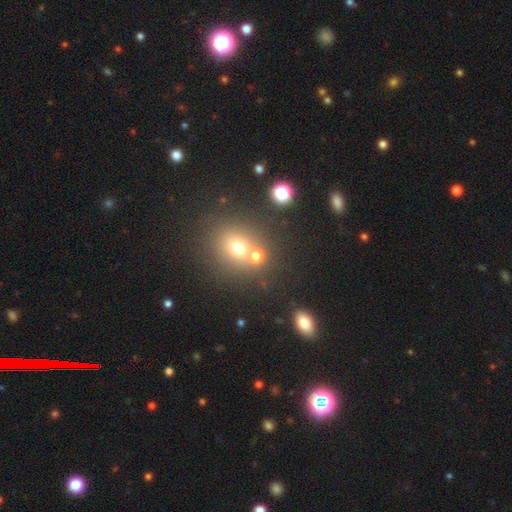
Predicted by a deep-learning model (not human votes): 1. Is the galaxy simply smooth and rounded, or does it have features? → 67% smooth, 20% star or artifact, 12% featured or disk.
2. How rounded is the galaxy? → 78% round, 21% in between, 1% cigar-shaped.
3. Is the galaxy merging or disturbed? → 51% none, 37% merger, 8% minor disturbance, 4% major disturbance.